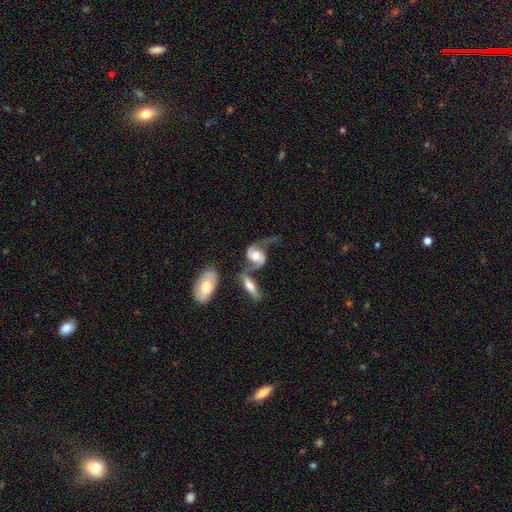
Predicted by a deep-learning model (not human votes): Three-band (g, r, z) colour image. It shows a featured or disk galaxy (83%) with no bar (57%), 2 (88%) loose (52%) spiral arms (95%) and a moderate central bulge (65%). Merging: none (36%).